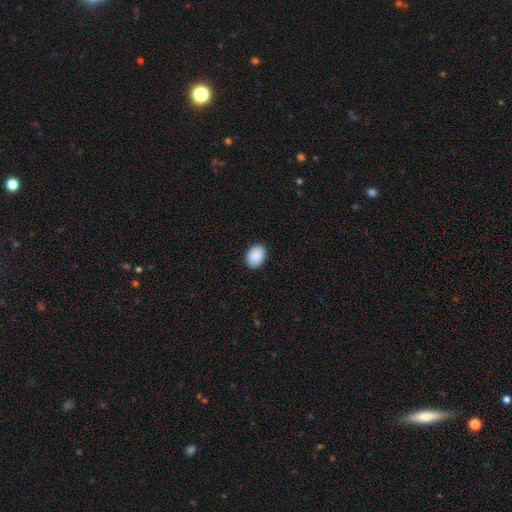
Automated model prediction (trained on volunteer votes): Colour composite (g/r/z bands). It shows a smooth galaxy with no disk features (91%) that is in between round and cigar-shaped (72%). Merging: none (90%).